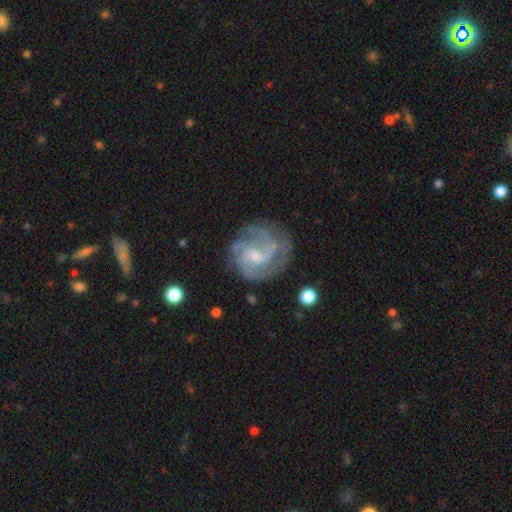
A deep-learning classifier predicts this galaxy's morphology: Smooth or featured?
  - featured or disk: 85% *
  - smooth: 9%
  - star or artifact: 6%
Edge-on disk?
  - no: 98% *
  - yes: 2%
Bar?
  - weak: 46% * (tied)
  - no: 46% * (tied)
  - strong: 8%
Spiral arms?
  - yes: 96% *
  - no: 4%
Spiral winding?
  - medium: 47% *
  - tight: 38%
  - loose: 15%
Spiral arm count?
  - 3: 33% *
  - 2: 32%
  - can't tell: 18%
  - 4: 8%
  - 1: 5%
  - more than 4: 4%
Bulge size?
  - small: 52% *
  - moderate: 35%
  - none: 10%
  - large: 2%
  - dominant: 1%
Merging?
  - none: 69% *
  - minor disturbance: 18%
  - major disturbance: 11%
  - merger: 2%